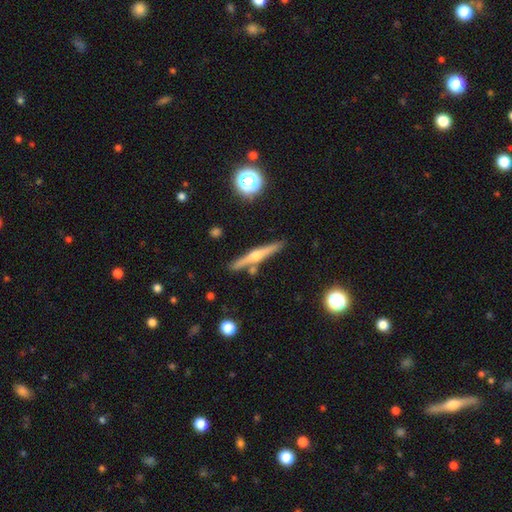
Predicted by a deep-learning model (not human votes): Overall: featured or disk (70%). Edge-on disk: yes (97%). Edge-on bulge: rounded (91%). Merging: none (85%).